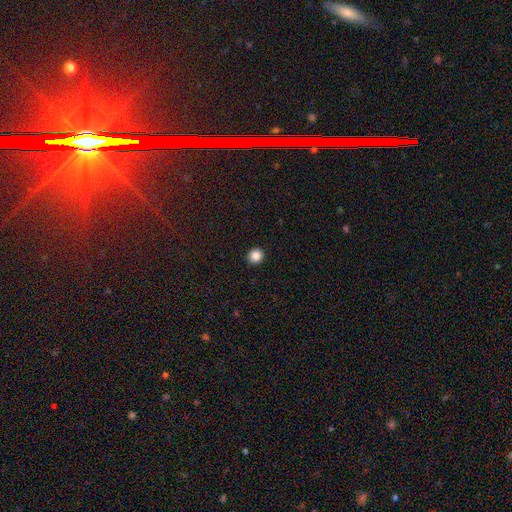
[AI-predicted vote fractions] Smooth or featured: smooth — 86% (star or artifact — 10%)
How rounded: round — 90% (in between — 9%)
Merging: none — 93% (minor disturbance — 5%)